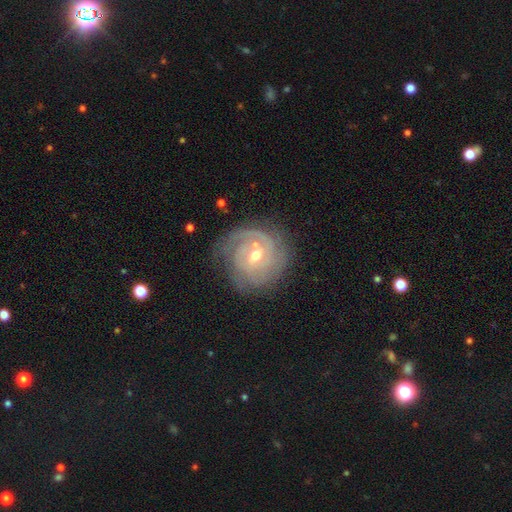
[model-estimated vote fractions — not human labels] The model was most divided on "spiral arm count" (2-way tie): can't tell: 28%, 3: 28%, 2: 24%, 4: 9%, 1: 6%, more than 4: 5%. Remaining: edge-on disk — no (97%); spiral arms — yes (95%); smooth or featured — featured or disk (84%); spiral winding — tight (74%); merging — none (73%); bulge size — moderate (61%); bar — no (48%).